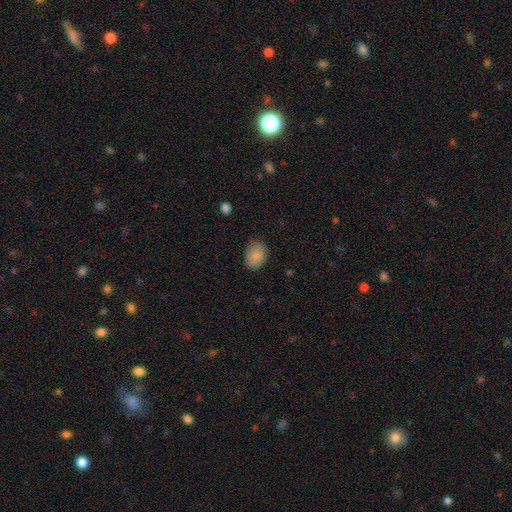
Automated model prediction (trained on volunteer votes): smooth 87%, star or artifact 8%, featured or disk 5%. Down the decision tree: how rounded — in between (69%); merging — none (80%).